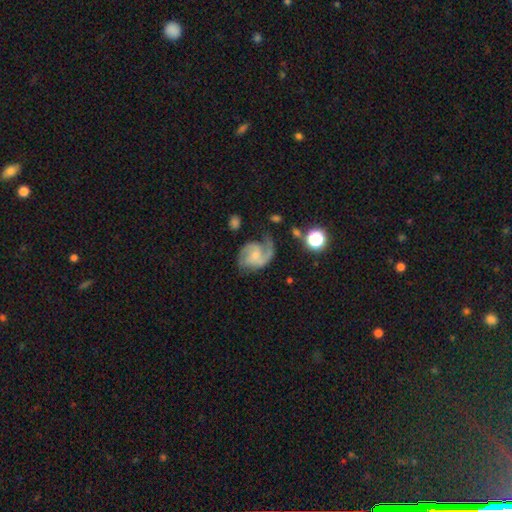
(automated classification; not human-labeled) The model was most divided on "bar": no: 56%, weak: 36%, strong: 8%. More confident: edge-on disk — no (98%); spiral arms — yes (96%); smooth or featured — featured or disk (83%); spiral arm count — 2 (66%); bulge size — small (60%); merging — none (51%); spiral winding — medium (50%).